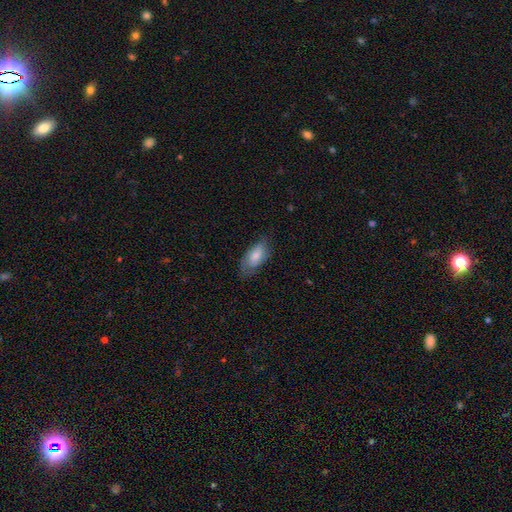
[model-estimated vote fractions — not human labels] The model was most divided on "merging": none: 67%, minor disturbance: 25%, major disturbance: 7%, merger: 1%. More confident: how rounded — in between (88%); smooth or featured — smooth (68%).